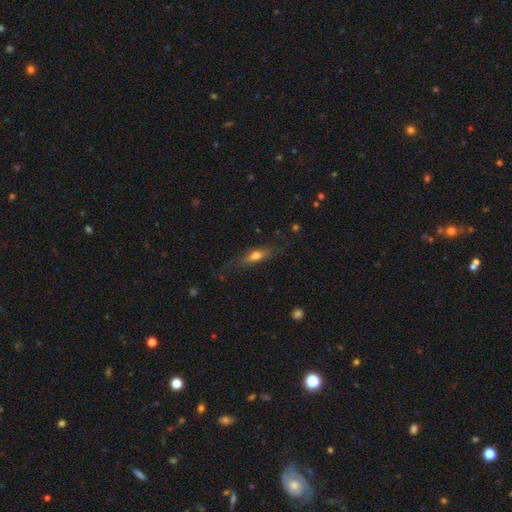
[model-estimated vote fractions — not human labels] Morphology: type=smooth (58%); roundness=cigar-shaped (56%); merging=none (74%).